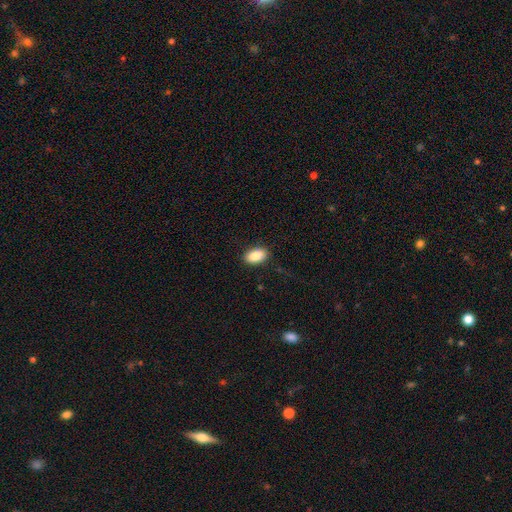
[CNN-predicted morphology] A smooth galaxy with no disk features (89%) that is in between round and cigar-shaped (92%).

Vote fractions:
- Smooth or featured? smooth: 89% / star or artifact: 7% / featured or disk: 4%
- How rounded? in between: 92% / round: 6% / cigar-shaped: 2%
- Merging? none: 87% / minor disturbance: 9% / major disturbance: 2% / merger: 1%